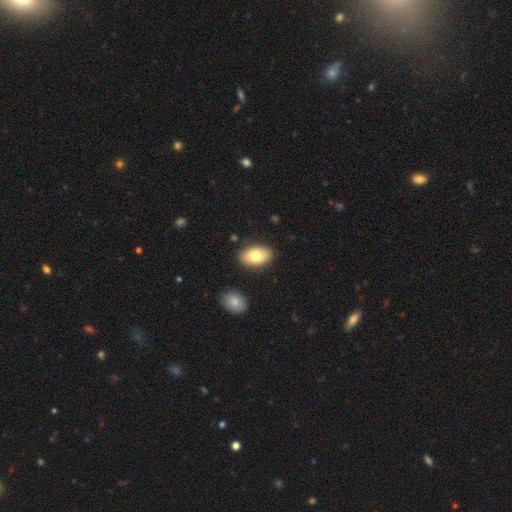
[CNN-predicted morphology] type=smooth (77%); roundness=in between (91%); merging=none (85%).